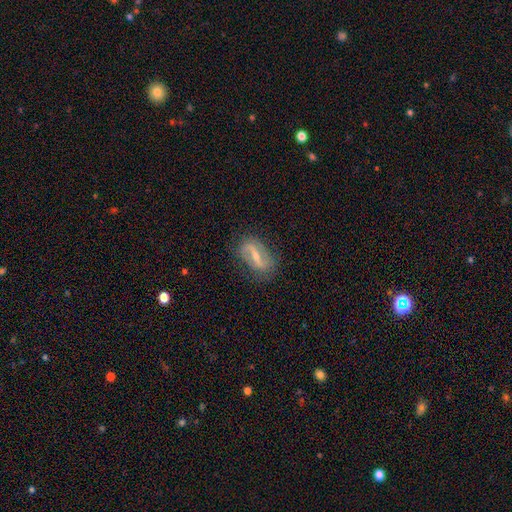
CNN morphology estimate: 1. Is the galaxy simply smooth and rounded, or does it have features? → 78% featured or disk, 15% smooth, 7% star or artifact.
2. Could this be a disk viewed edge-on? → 93% no, 7% yes.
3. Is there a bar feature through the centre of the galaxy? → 59% strong, 31% weak, 10% no.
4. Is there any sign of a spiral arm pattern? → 83% yes, 17% no.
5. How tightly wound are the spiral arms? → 44% loose, 37% medium, 19% tight.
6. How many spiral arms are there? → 85% 2, 7% can't tell, 5% 1, 1% 3, 1% 4, 1% more than 4.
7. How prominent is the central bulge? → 54% small, 34% moderate, 8% none, 2% large, 1% dominant.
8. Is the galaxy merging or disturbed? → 77% none, 15% minor disturbance, 6% major disturbance, 1% merger.